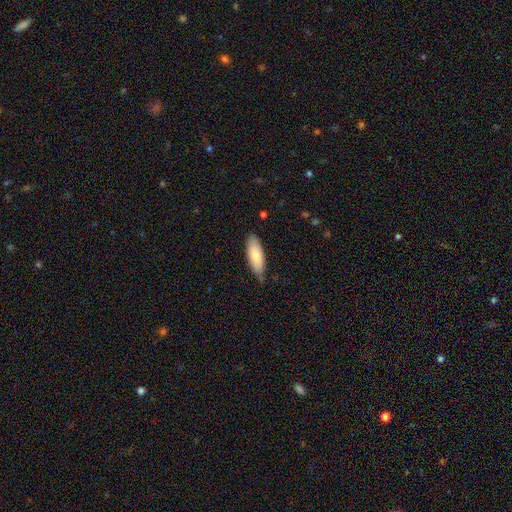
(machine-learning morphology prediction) smooth-or-featured: smooth: 79% | featured or disk: 15% | star or artifact: 6%
  how-rounded: in between: 67% | cigar-shaped: 32% | round: 2%
  merging: none: 76% | minor disturbance: 20% | major disturbance: 3% | merger: 2%